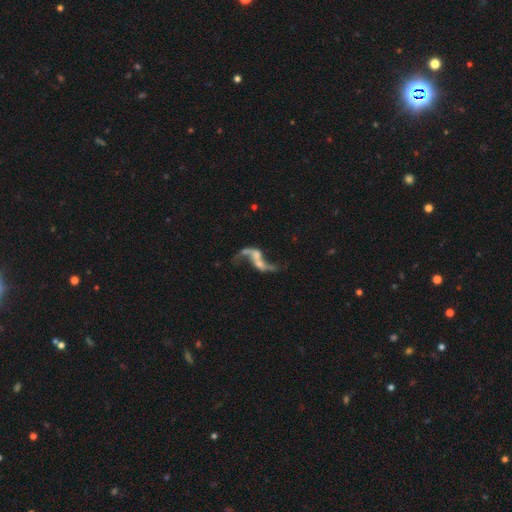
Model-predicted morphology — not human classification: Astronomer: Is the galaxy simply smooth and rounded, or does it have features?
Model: featured or disk — 80%.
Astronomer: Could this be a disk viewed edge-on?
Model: no — 94%.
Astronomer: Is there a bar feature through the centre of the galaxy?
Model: no — 53% (runner-up: weak, 32%).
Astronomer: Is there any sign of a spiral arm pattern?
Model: yes — 78%.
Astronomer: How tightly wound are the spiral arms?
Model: loose — 93%.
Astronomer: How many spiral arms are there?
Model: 2 — 85%.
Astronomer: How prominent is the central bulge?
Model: none — 39% (runner-up: small, 34%).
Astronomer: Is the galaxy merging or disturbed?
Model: merger — 36% (runner-up: none, 32%).